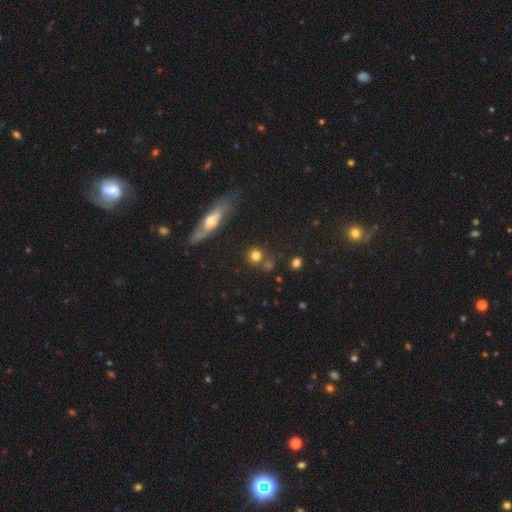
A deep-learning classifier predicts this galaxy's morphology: type=smooth (76%); roundness=round (90%); merging=none (72%).